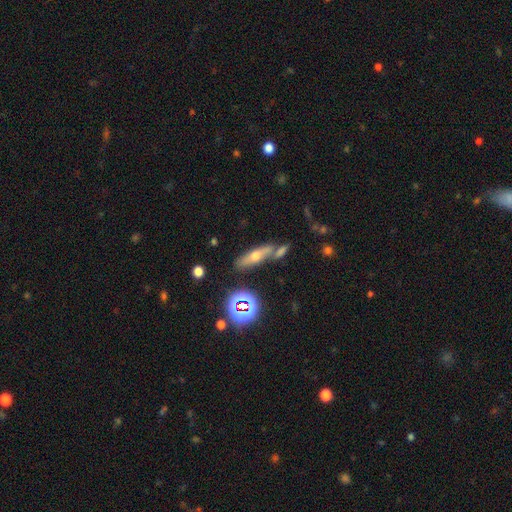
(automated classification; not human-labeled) A featured or disk galaxy (41%). Merging: none (65%).